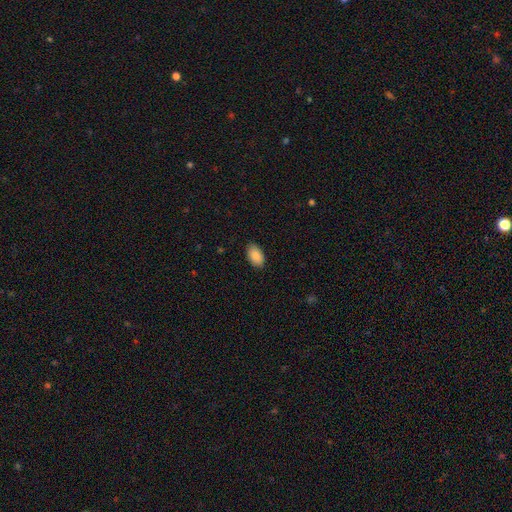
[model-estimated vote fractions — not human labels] Smooth or featured?
  - smooth: 88% *
  - star or artifact: 7%
  - featured or disk: 6%
How rounded?
  - in between: 93% *
  - round: 6%
  - cigar-shaped: 1%
Merging?
  - none: 87% *
  - minor disturbance: 10%
  - major disturbance: 2%
  - merger: 1%